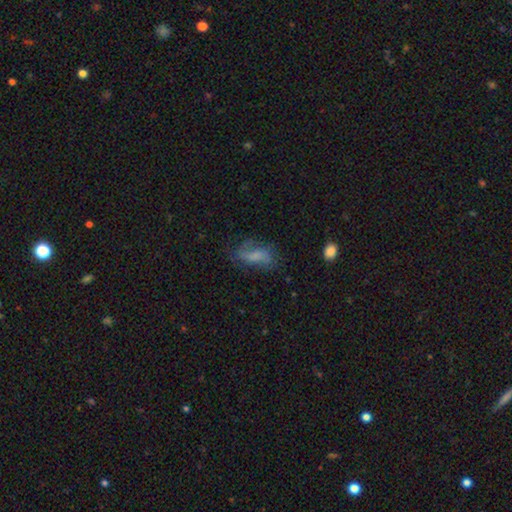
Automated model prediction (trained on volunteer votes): Q: Smooth or featured?
A: smooth (48%); runner-up: featured or disk (42%)
Q: Merging?
A: none (55%); runner-up: minor disturbance (25%)